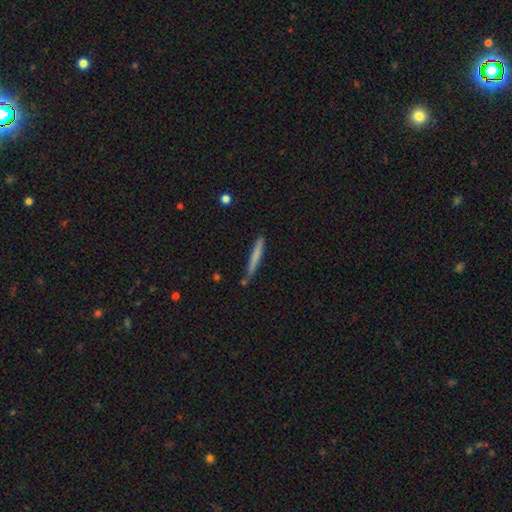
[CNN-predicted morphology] Smooth or featured: smooth — 69% (featured or disk — 25%)
How rounded: cigar-shaped — 96% (in between — 3%)
Merging: none — 80% (minor disturbance — 14%)